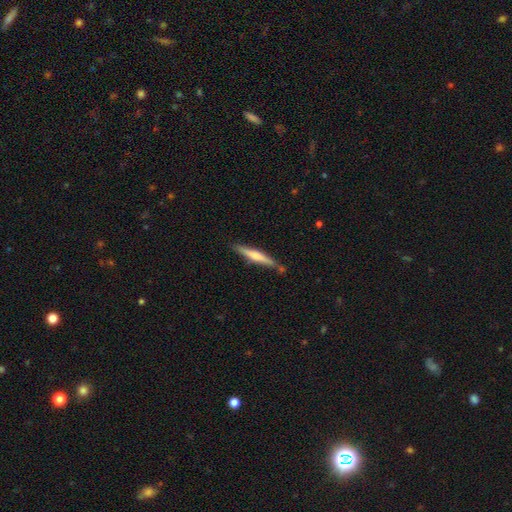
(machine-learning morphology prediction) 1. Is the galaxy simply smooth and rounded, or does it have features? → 49% smooth, 46% featured or disk, 5% star or artifact.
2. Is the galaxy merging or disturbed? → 79% none, 13% minor disturbance, 5% merger, 2% major disturbance.